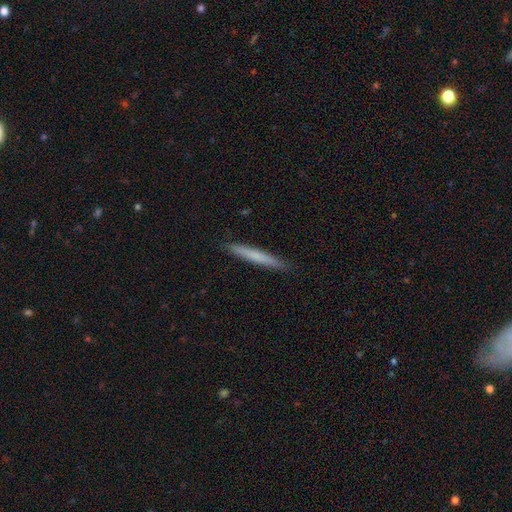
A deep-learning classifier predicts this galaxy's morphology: Smooth or featured: smooth — 68% (featured or disk — 26%)
How rounded: cigar-shaped — 96% (in between — 2%)
Merging: none — 91% (minor disturbance — 6%)